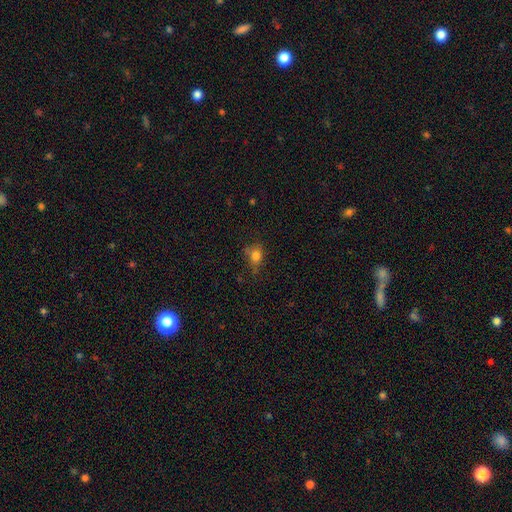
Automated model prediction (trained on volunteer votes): Overall: smooth (76%). How rounded: round (54%; in between 44%). Merging: none (54%; minor disturbance 29%).